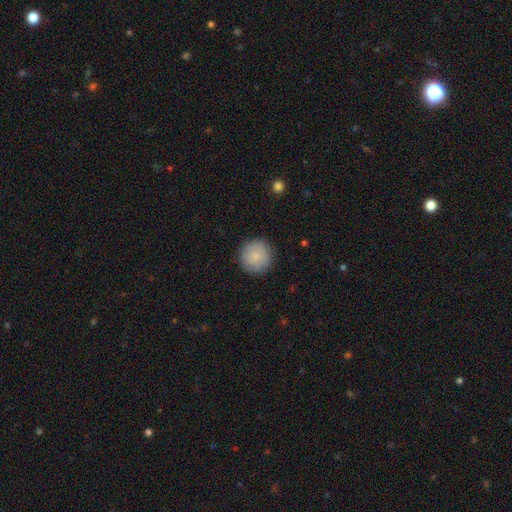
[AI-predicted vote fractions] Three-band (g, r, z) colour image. It shows a smooth galaxy with no disk features (86%) that is round (95%). Merging: none (89%).